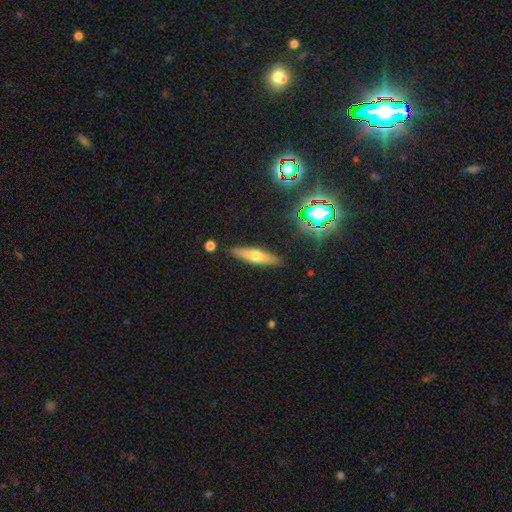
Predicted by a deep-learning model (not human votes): Smooth or featured?
  - smooth: 51% *
  - featured or disk: 40%
  - star or artifact: 9%
How rounded?
  - cigar-shaped: 73% *
  - in between: 25%
  - round: 2%
Merging?
  - none: 87% *
  - minor disturbance: 9%
  - merger: 2%
  - major disturbance: 2%